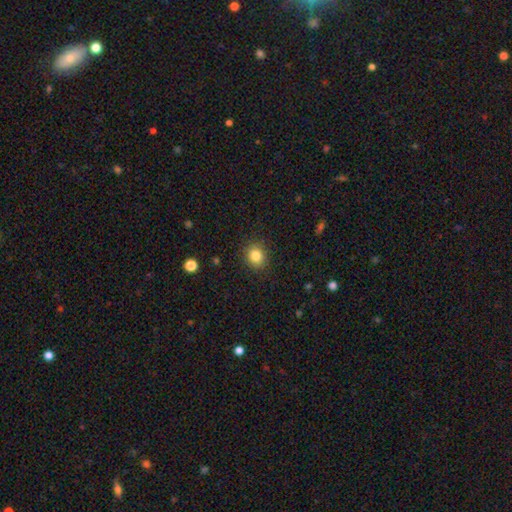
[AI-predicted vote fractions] Smooth or featured?
  - smooth: 84% *
  - star or artifact: 10%
  - featured or disk: 6%
How rounded?
  - round: 72% *
  - in between: 27%
  - cigar-shaped: 1%
Merging?
  - none: 87% *
  - minor disturbance: 9%
  - major disturbance: 3%
  - merger: 1%